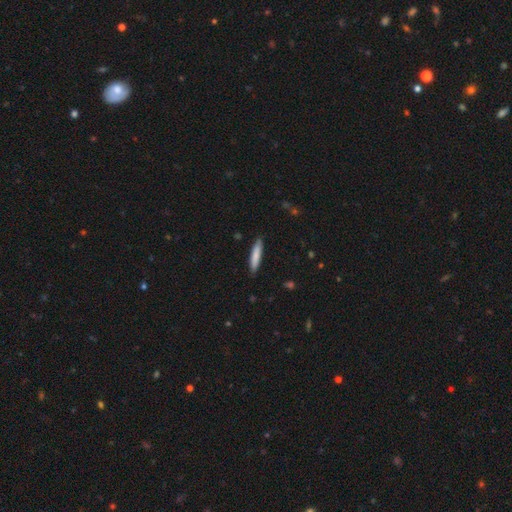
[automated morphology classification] Overall: smooth (81%). How rounded: cigar-shaped (86%). Merging: none (87%).